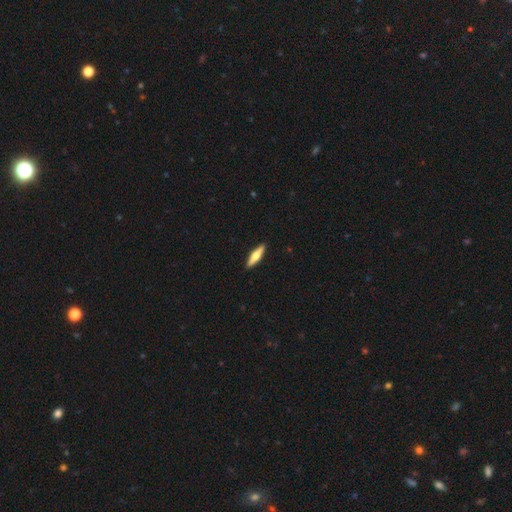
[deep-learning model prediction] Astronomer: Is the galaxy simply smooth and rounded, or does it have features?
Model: featured or disk — 49% (runner-up: smooth, 46%).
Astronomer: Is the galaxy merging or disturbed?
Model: none — 91%.